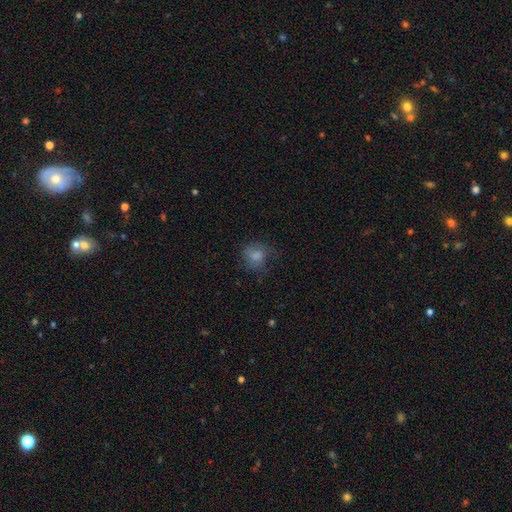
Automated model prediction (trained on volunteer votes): smooth_or_featured: smooth (p=0.71) [alt: featured or disk p=0.18]
how_rounded: round (p=0.71) [alt: in between p=0.28]
merging: none (p=0.56) [alt: minor disturbance p=0.25]